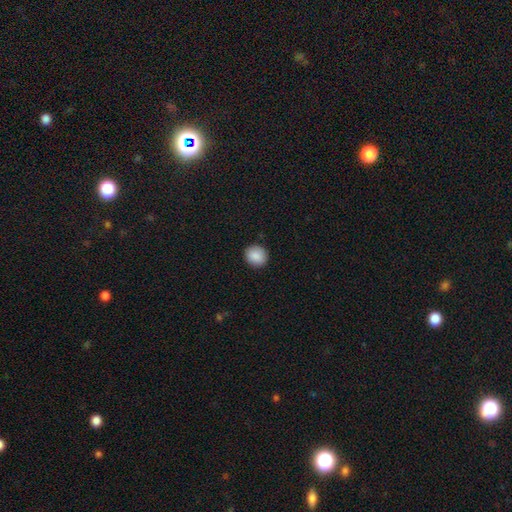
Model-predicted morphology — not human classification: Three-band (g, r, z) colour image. It shows a smooth galaxy with no disk features (89%) that is round (83%). Merging: none (91%).